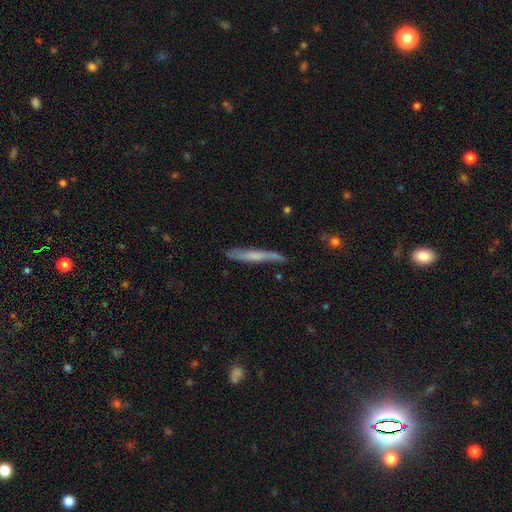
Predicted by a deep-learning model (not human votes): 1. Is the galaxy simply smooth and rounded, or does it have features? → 48% smooth, 45% featured or disk, 7% star or artifact.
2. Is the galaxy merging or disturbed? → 70% none, 22% minor disturbance, 5% major disturbance, 3% merger.